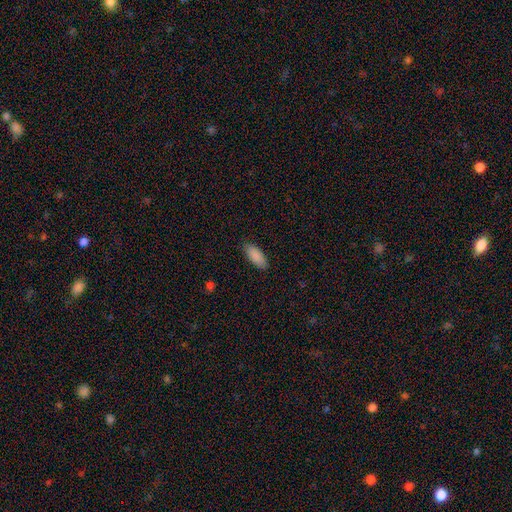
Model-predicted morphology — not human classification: A smooth galaxy with no disk features (90%) that is in between round and cigar-shaped (82%).

Vote fractions:
- Smooth or featured? smooth: 90% / star or artifact: 6% / featured or disk: 4%
- How rounded? in between: 82% / cigar-shaped: 17% / round: 2%
- Merging? none: 87% / minor disturbance: 10% / major disturbance: 2% / merger: 1%